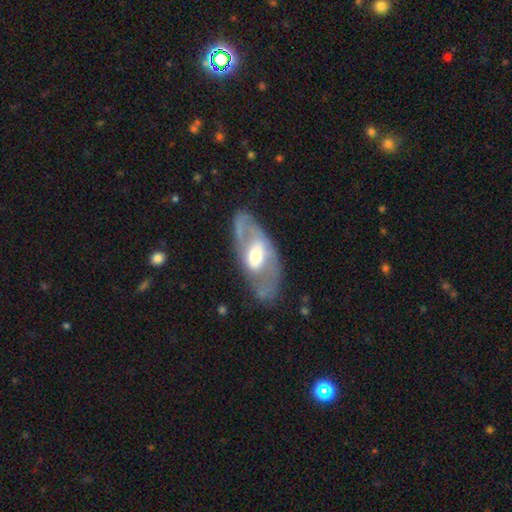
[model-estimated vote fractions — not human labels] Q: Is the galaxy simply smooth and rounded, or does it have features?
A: featured or disk — 72%.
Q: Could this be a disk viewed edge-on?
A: no — 90%.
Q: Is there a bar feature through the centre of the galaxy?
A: weak — 40%.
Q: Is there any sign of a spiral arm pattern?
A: yes — 66%.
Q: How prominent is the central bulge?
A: moderate — 62%.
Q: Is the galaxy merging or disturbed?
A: none — 72%.